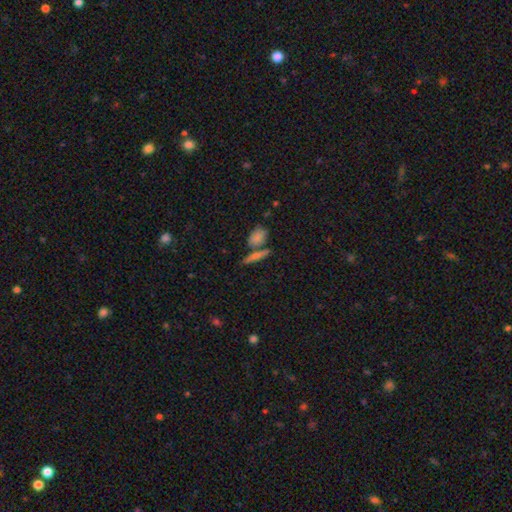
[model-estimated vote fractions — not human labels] smooth 49%, featured or disk 36%, star or artifact 14%. Down the decision tree: merging — none (66%).